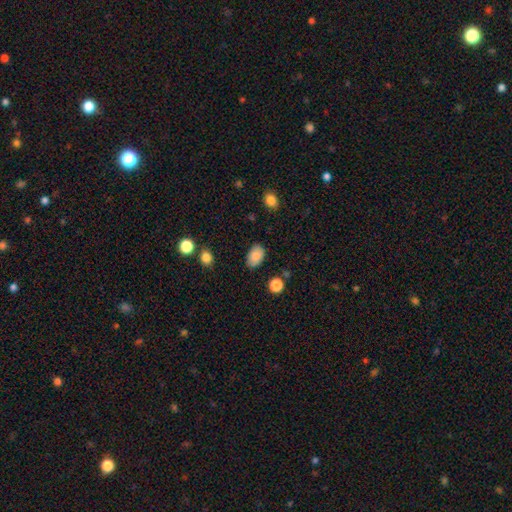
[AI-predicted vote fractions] Smooth or featured?
  - smooth: 84% *
  - star or artifact: 8%
  - featured or disk: 8%
How rounded?
  - in between: 88% *
  - round: 11%
  - cigar-shaped: 1%
Merging?
  - none: 82% *
  - minor disturbance: 14%
  - major disturbance: 3%
  - merger: 2%